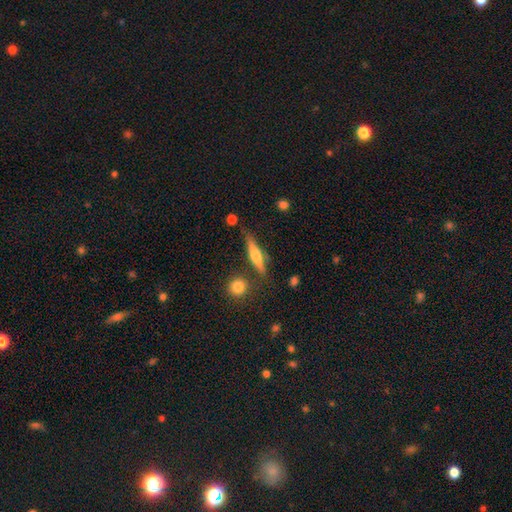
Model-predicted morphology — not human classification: featured or disk 55%, smooth 38%, star or artifact 7%. Down the decision tree: edge-on disk — yes (95%); edge-on bulge — rounded (83%); merging — none (77%).